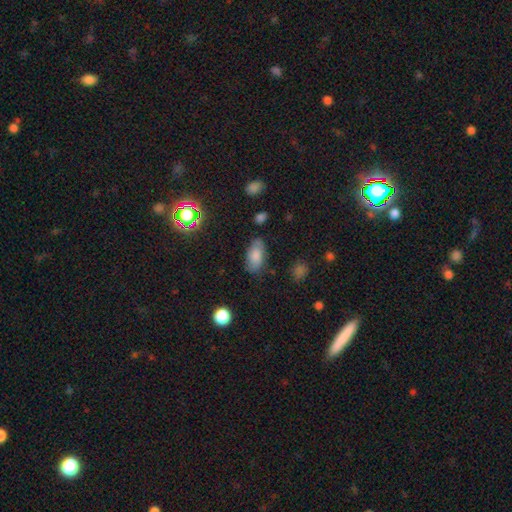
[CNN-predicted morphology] Smooth or featured?
  - smooth: 77% *
  - featured or disk: 14%
  - star or artifact: 9%
How rounded?
  - in between: 93% *
  - cigar-shaped: 4%
  - round: 3%
Merging?
  - none: 77% *
  - minor disturbance: 17%
  - major disturbance: 4%
  - merger: 2%